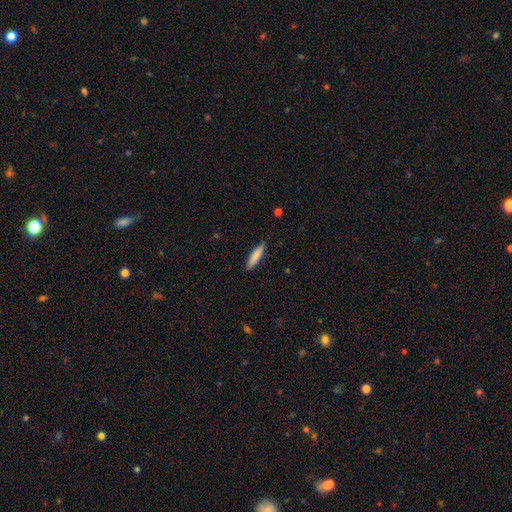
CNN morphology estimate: Overall: smooth (83%). How rounded: cigar-shaped (79%). Merging: none (87%).